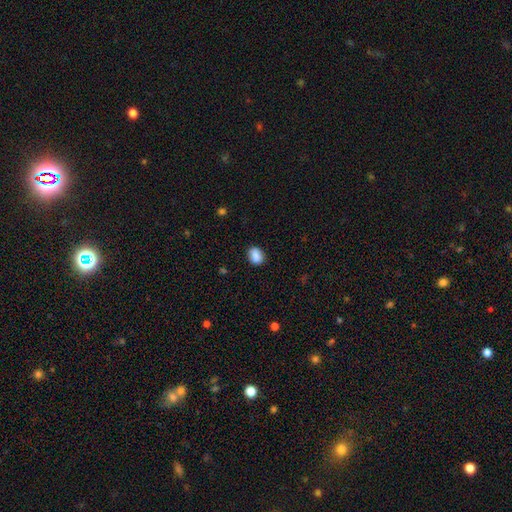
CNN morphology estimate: The model was most divided on "how rounded": in between: 64%, round: 35%, cigar-shaped: 1%. More confident: smooth or featured — smooth (86%); merging — none (83%).